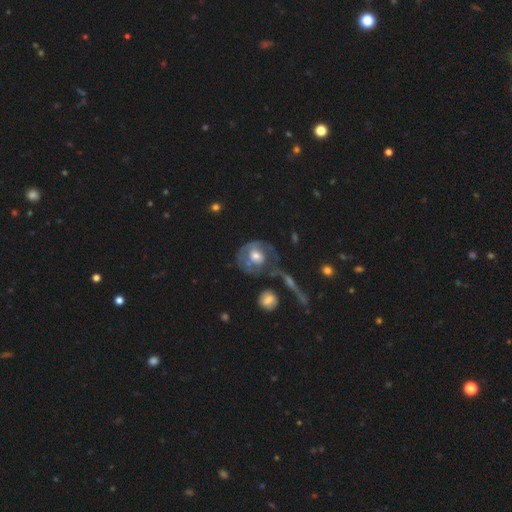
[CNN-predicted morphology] This is possibly a featured or disk galaxy (59%). It is clearly not viewed edge-on (95%). Bar: likely no (80%). Spiral arm pattern: possibly no (51%). Central bulge: likely moderate (63%). Merging: marginally none (37%).